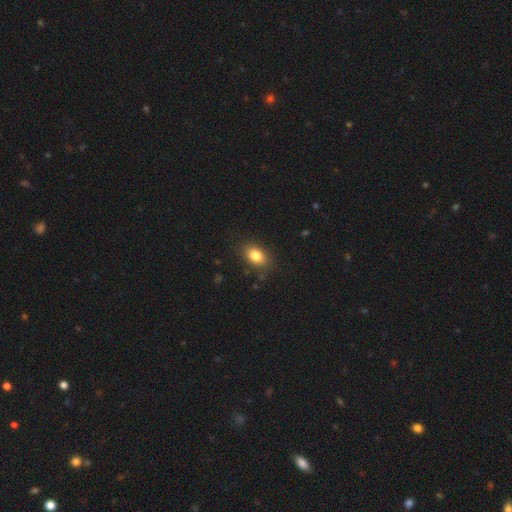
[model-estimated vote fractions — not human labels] This is clearly a smooth galaxy (83%). How rounded: clearly in between (82%). Merging: clearly none (84%).